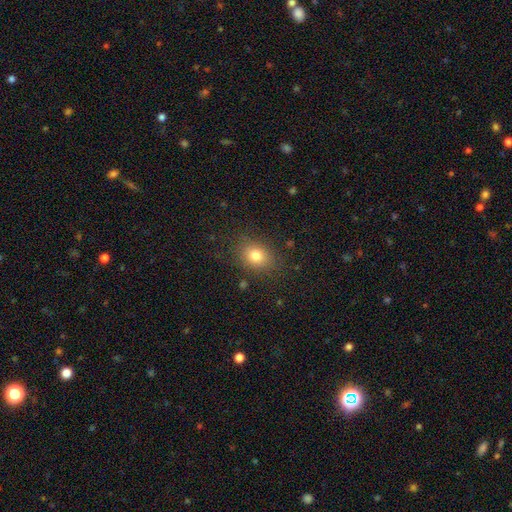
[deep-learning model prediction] Morphology: type=smooth (78%); roundness=in between (51%); merging=none (84%).